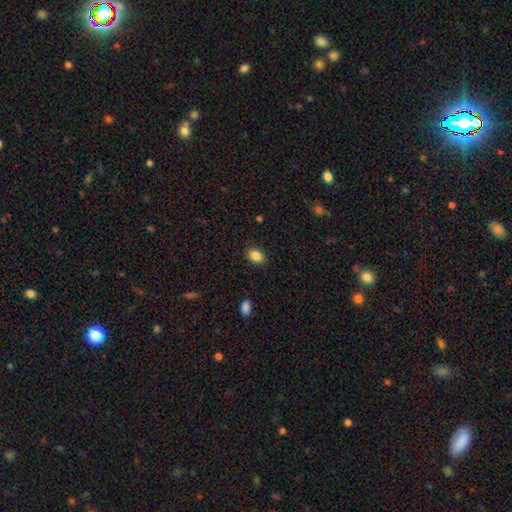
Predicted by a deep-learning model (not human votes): Morphology: type=smooth (87%); roundness=in between (78%); merging=none (88%).